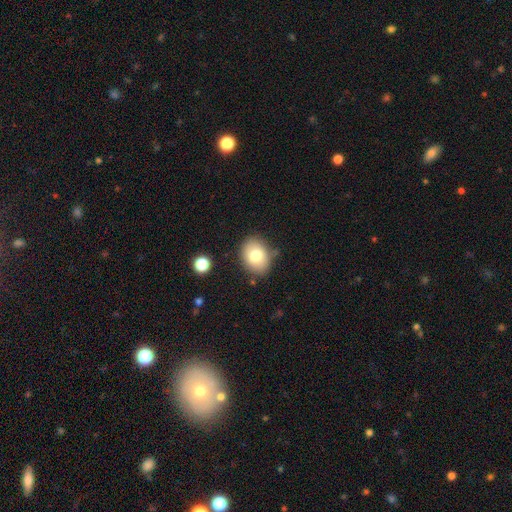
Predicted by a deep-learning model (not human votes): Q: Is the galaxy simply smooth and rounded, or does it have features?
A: smooth — 78%.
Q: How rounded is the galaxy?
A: in between — 64%.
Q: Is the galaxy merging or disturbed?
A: none — 80%.